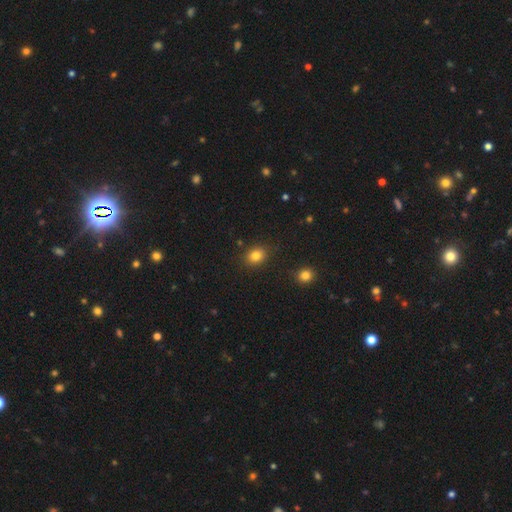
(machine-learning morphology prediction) A smooth galaxy with no disk features (82%) that is round (54%). Merging: none (84%).